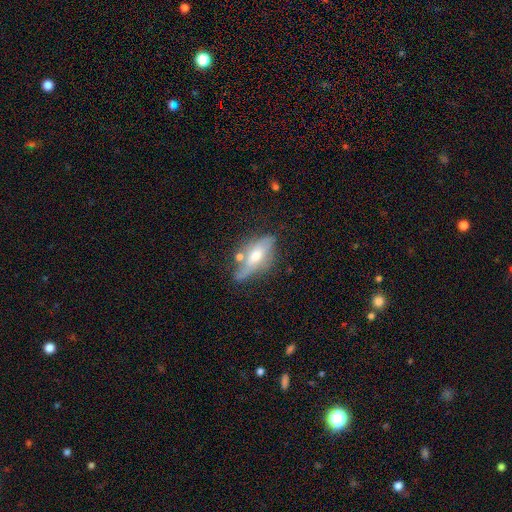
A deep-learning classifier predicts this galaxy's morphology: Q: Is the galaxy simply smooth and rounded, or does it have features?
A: featured or disk — 57%.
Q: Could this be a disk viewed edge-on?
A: no — 51%.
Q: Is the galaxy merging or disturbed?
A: none — 50%.